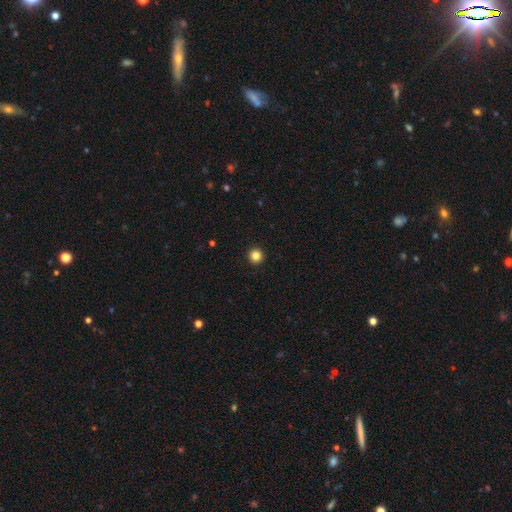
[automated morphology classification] A smooth galaxy with no disk features (85%) that is round (96%). Merging: none (94%).